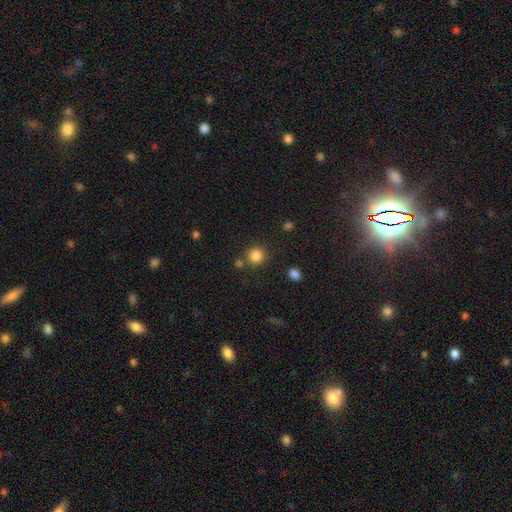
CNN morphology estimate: Smooth or featured? Predicted: smooth (p=0.84). How rounded? Predicted: round (p=0.92). Merging? Predicted: none (p=0.80).